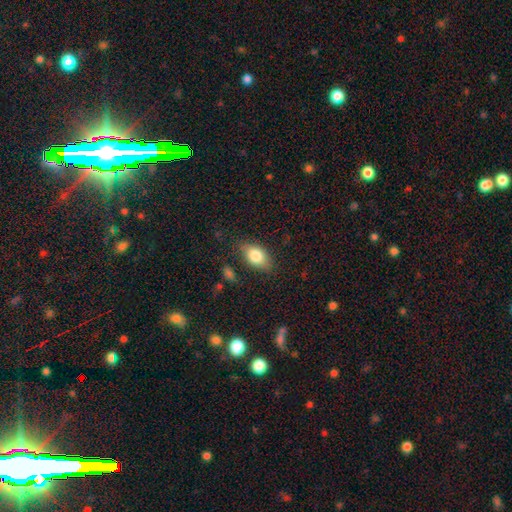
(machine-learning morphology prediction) A smooth galaxy with no disk features (80%) that is in between round and cigar-shaped (89%).

Vote fractions:
- Smooth or featured? smooth: 80% / featured or disk: 13% / star or artifact: 7%
- How rounded? in between: 89% / round: 8% / cigar-shaped: 3%
- Merging? none: 77% / minor disturbance: 16% / major disturbance: 4% / merger: 2%